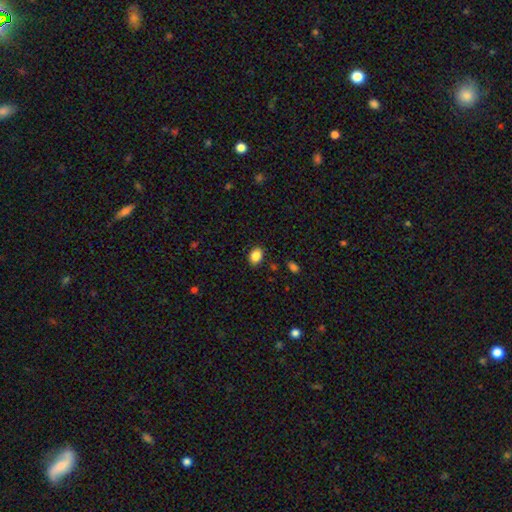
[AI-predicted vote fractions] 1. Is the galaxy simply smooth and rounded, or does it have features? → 87% smooth, 9% star or artifact, 4% featured or disk.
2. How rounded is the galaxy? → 69% in between, 30% round, 1% cigar-shaped.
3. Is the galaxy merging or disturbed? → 87% none, 9% minor disturbance, 2% major disturbance, 1% merger.